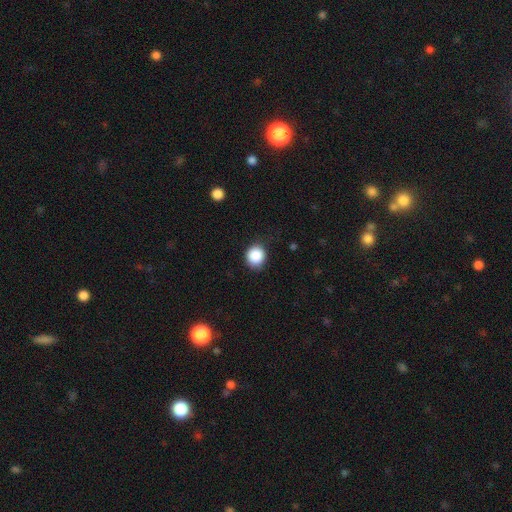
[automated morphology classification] This appears to be a smooth galaxy with no disk features (88%) that is round (87%). Merging: none (83%).